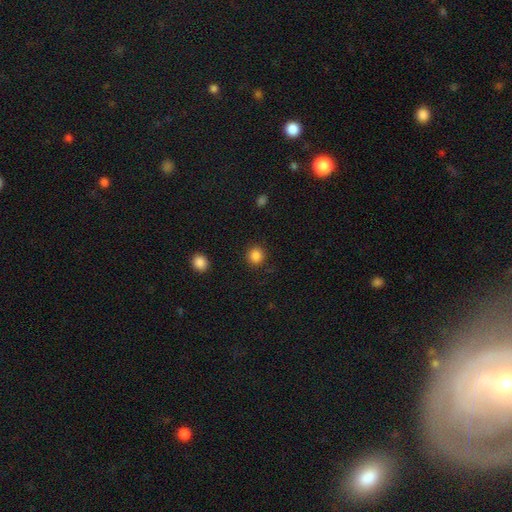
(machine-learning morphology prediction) This appears to be a smooth galaxy with no disk features (86%) that is round (92%). Merging: none (90%).